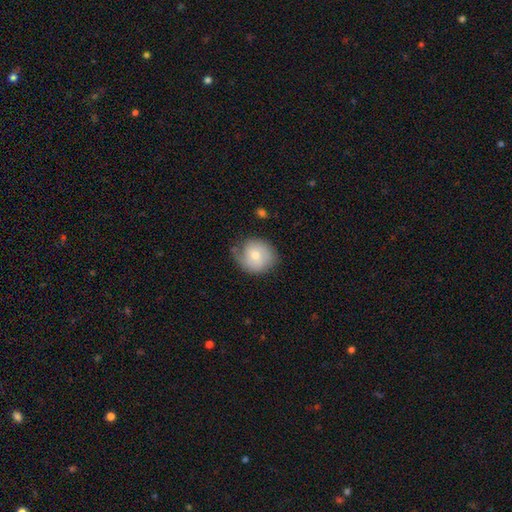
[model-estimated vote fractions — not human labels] Smooth or featured? Predicted: smooth (p=0.52). How rounded? Predicted: round (p=0.81). Merging? Predicted: none (p=0.58).